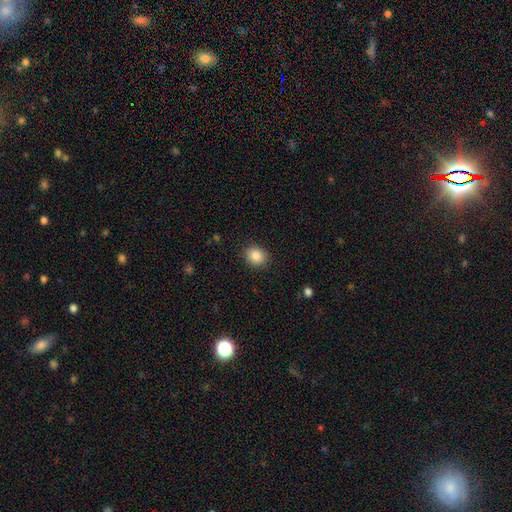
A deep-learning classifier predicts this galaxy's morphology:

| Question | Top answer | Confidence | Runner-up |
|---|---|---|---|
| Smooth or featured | smooth | 87% | star or artifact (9%) |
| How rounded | round | 67% | in between (32%) |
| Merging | none | 89% | minor disturbance (8%) |